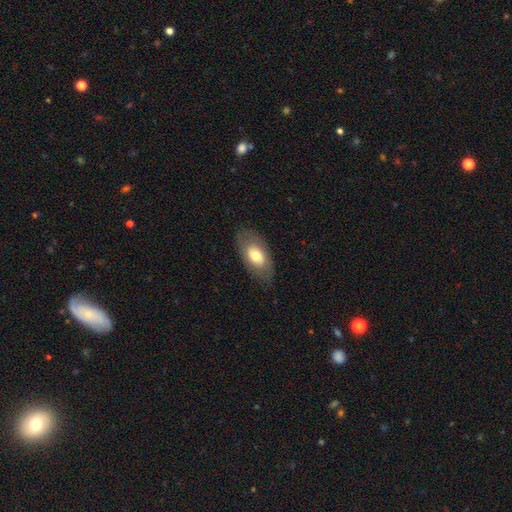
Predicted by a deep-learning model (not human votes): Smooth or featured? Predicted: smooth (p=0.65). How rounded? Predicted: in between (p=0.92). Merging? Predicted: none (p=0.81).